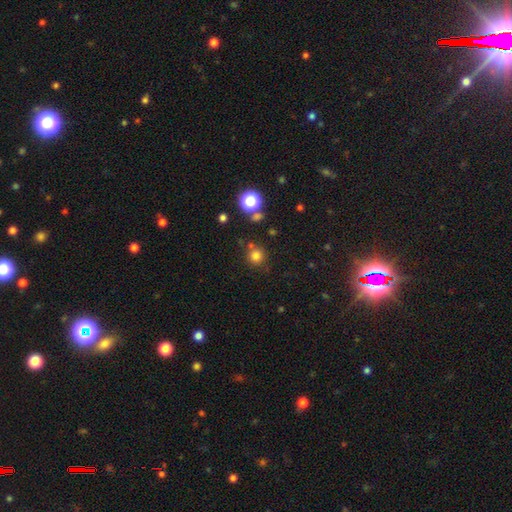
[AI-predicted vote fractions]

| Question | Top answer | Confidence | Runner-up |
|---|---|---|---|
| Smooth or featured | smooth | 78% | star or artifact (16%) |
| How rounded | round | 93% | in between (6%) |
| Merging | none | 79% | minor disturbance (9%) |